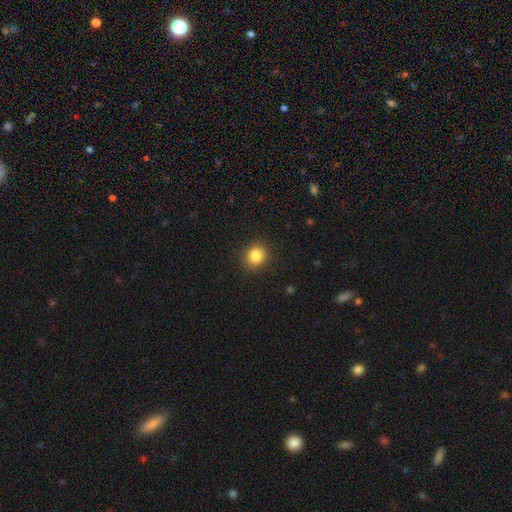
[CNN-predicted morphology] A smooth galaxy with no disk features (86%) that is round (82%).

Vote fractions:
- Smooth or featured? smooth: 86% / star or artifact: 10% / featured or disk: 4%
- How rounded? round: 82% / in between: 17% / cigar-shaped: 1%
- Merging? none: 90% / minor disturbance: 7% / major disturbance: 3% / merger: 1%